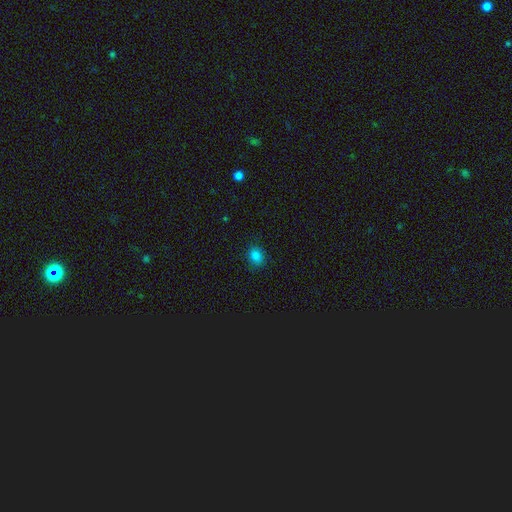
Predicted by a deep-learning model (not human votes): Smooth or featured? smooth (81%)
How rounded? round (63%)
Merging? none (87%)